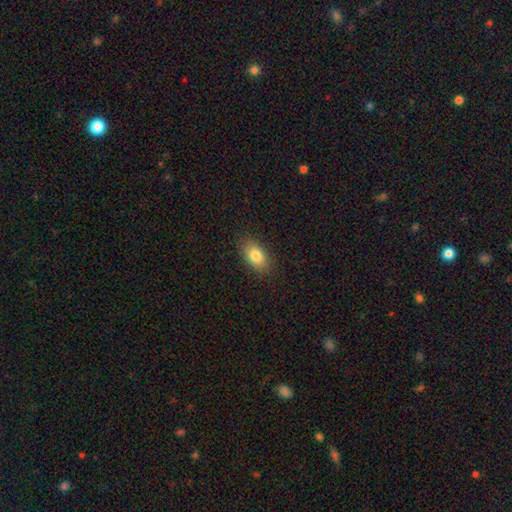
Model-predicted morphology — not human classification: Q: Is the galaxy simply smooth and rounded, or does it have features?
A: smooth — 82%.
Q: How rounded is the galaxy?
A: in between — 89%.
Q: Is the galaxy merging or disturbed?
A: none — 86%.